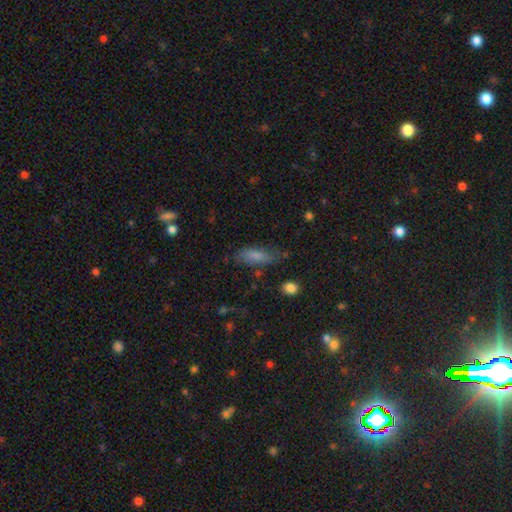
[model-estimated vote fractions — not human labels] smooth 79%, featured or disk 13%, star or artifact 8%. Down the decision tree: how rounded — in between (69%); merging — none (68%).